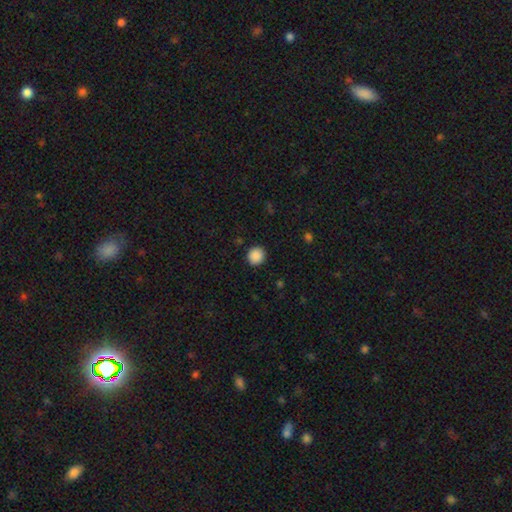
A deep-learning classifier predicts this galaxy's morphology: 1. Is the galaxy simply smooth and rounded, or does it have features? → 89% smooth, 9% star or artifact, 2% featured or disk.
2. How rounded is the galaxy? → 92% round, 7% in between, 1% cigar-shaped.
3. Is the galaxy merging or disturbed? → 92% none, 6% minor disturbance, 2% major disturbance, 1% merger.